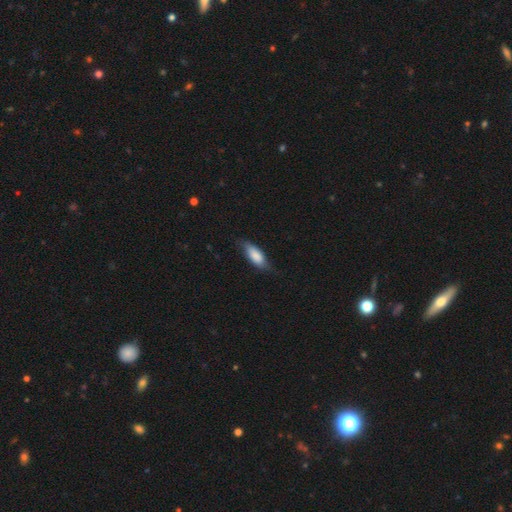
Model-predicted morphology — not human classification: A smooth galaxy with no disk features (80%) that is in between round and cigar-shaped (76%). Merging: none (68%).